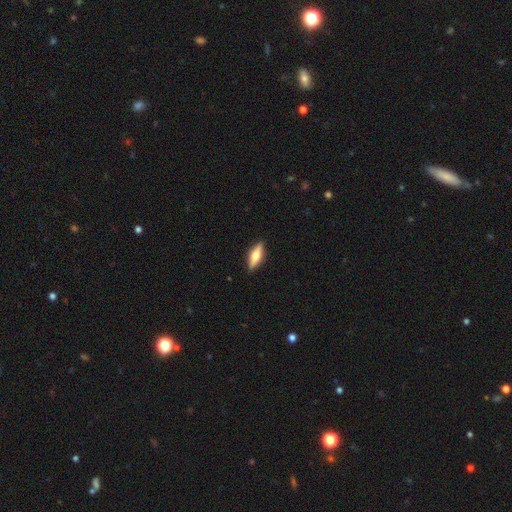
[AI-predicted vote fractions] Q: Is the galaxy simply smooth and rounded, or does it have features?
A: featured or disk — 48%.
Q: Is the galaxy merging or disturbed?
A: none — 89%.